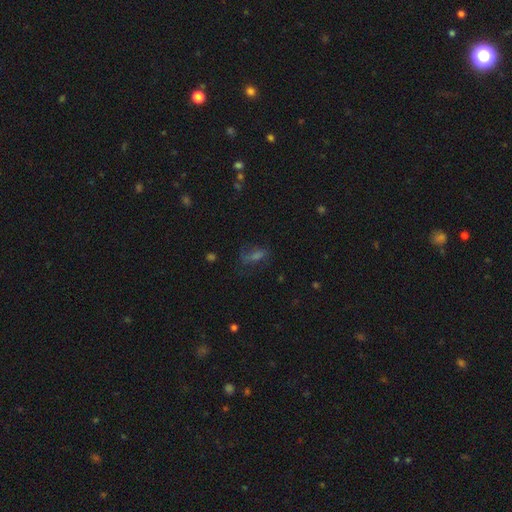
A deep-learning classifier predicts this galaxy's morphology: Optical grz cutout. It shows a smooth galaxy with no disk features (43%). Merging: none (59%).